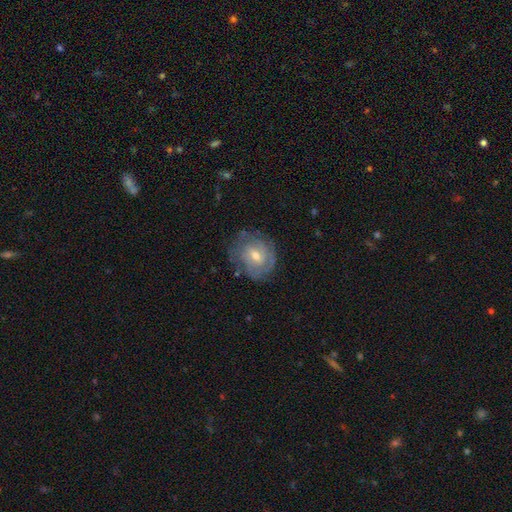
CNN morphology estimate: Smooth or featured?
  - featured or disk: 66% *
  - smooth: 26%
  - star or artifact: 7%
Edge-on disk?
  - no: 97% *
  - yes: 3%
Bar?
  - no: 49% *
  - weak: 44%
  - strong: 8%
Spiral arms?
  - yes: 81% *
  - no: 19%
Spiral winding?
  - tight: 66% *
  - medium: 26%
  - loose: 8%
Spiral arm count?
  - can't tell: 48% *
  - 2: 25%
  - 3: 13%
  - 4: 5%
  - 1: 5%
  - more than 4: 3%
Bulge size?
  - moderate: 57% *
  - small: 39%
  - large: 2%
  - none: 1%
  - dominant: 1%
Merging?
  - none: 70% *
  - minor disturbance: 20%
  - major disturbance: 8%
  - merger: 1%